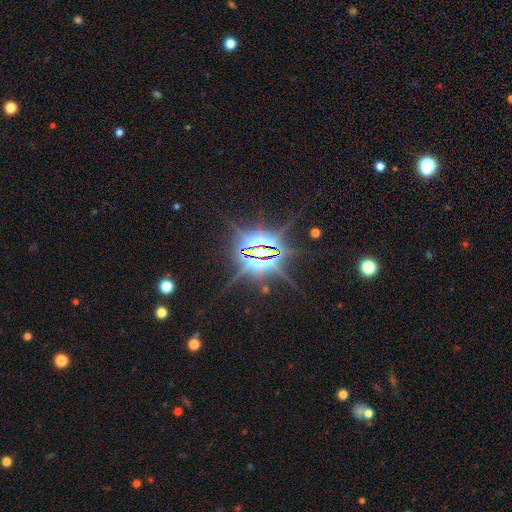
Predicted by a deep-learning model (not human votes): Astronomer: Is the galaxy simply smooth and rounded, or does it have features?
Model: star or artifact — 85%.